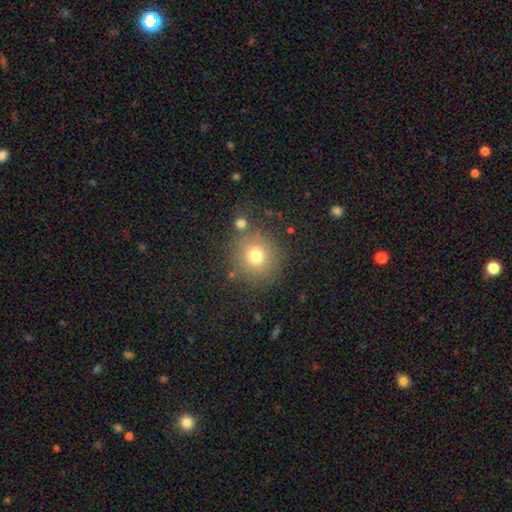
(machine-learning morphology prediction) type=smooth (74%); roundness=round (92%); merging=none (80%).